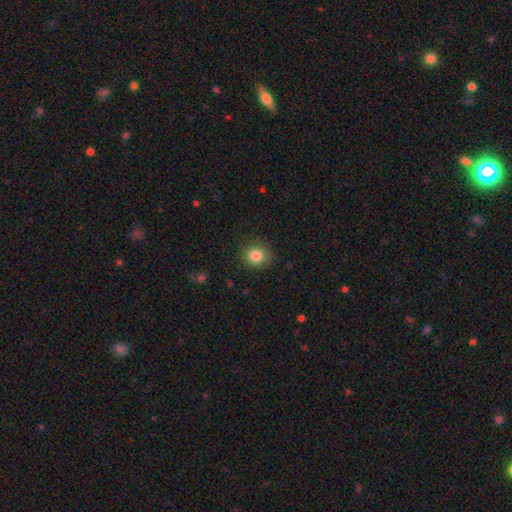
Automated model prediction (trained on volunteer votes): smooth_or_featured: smooth (p=0.85) [alt: star or artifact p=0.10]
how_rounded: round (p=0.84) [alt: in between p=0.15]
merging: none (p=0.87) [alt: minor disturbance p=0.09]